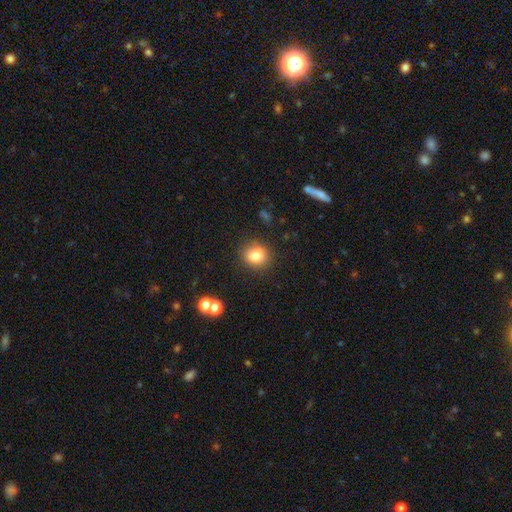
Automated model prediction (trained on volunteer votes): Smooth or featured? Predicted: smooth (p=0.80). How rounded? Predicted: round (p=0.81). Merging? Predicted: none (p=0.85).